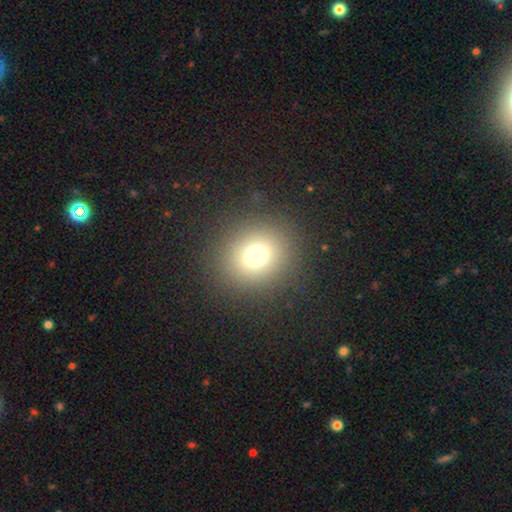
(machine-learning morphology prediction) Smooth or featured? Predicted: smooth (p=0.73). How rounded? Predicted: round (p=0.84). Merging? Predicted: none (p=0.88).